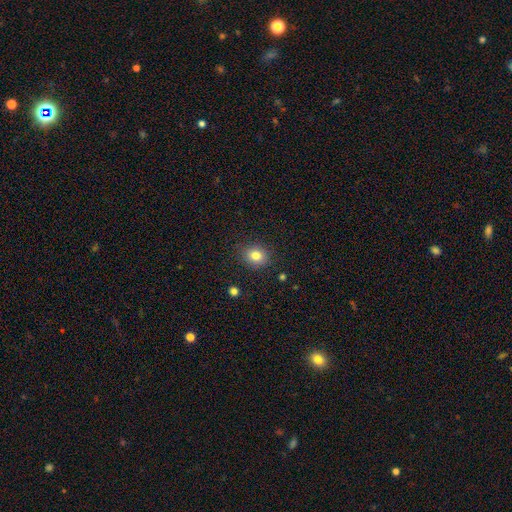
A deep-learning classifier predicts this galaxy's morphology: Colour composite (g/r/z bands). It shows a smooth galaxy with no disk features (81%) that is round (70%). Merging: none (87%).